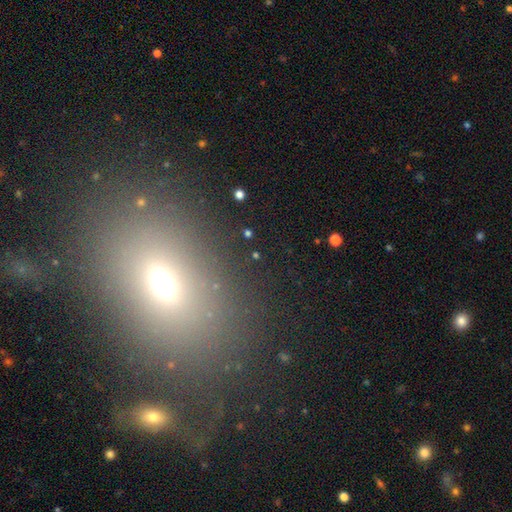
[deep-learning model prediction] smooth-or-featured: smooth: 49% | star or artifact: 37% | featured or disk: 14%
  merging: none: 79% | minor disturbance: 9% | major disturbance: 6% | merger: 5%